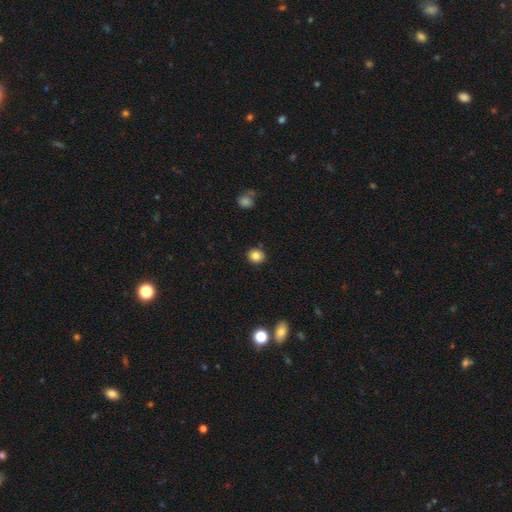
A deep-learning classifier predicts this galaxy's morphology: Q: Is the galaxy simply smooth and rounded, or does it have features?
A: smooth — 84%.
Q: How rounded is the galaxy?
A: round — 77%.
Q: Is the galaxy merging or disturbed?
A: none — 88%.